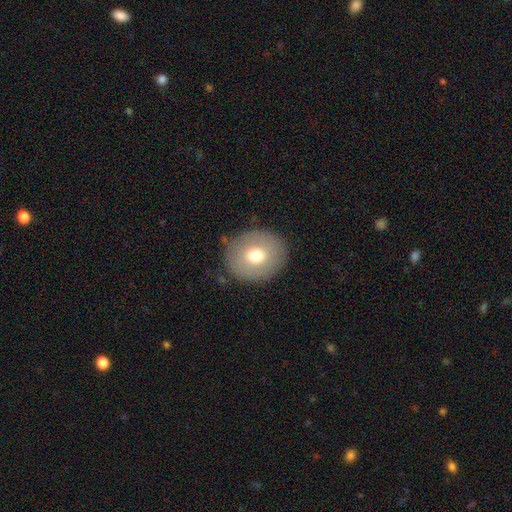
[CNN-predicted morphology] The model was most divided on "smooth or featured": smooth: 68%, featured or disk: 23%, star or artifact: 9%. More confident: merging — none (83%); how rounded — round (74%).